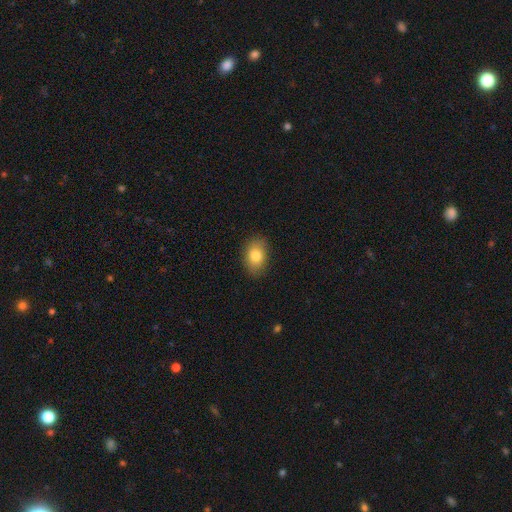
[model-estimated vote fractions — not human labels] A smooth galaxy with no disk features (81%) that is in between round and cigar-shaped (80%).

Vote fractions:
- Smooth or featured? smooth: 81% / featured or disk: 11% / star or artifact: 8%
- How rounded? in between: 80% / round: 18% / cigar-shaped: 1%
- Merging? none: 84% / minor disturbance: 12% / major disturbance: 3% / merger: 1%